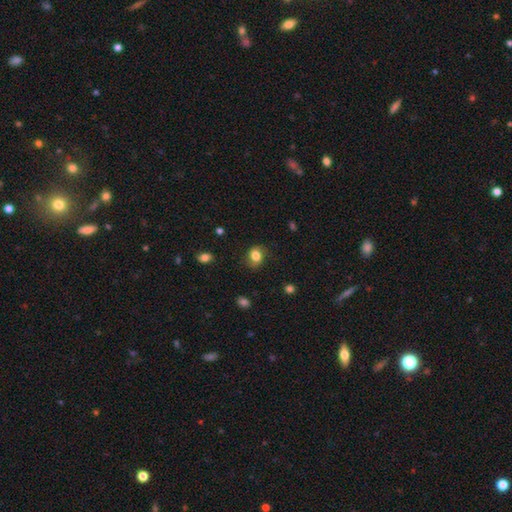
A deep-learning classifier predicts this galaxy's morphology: smooth_or_featured: smooth (p=0.79) [alt: featured or disk p=0.12]
how_rounded: in between (p=0.52) [alt: round p=0.47]
merging: none (p=0.71) [alt: minor disturbance p=0.20]